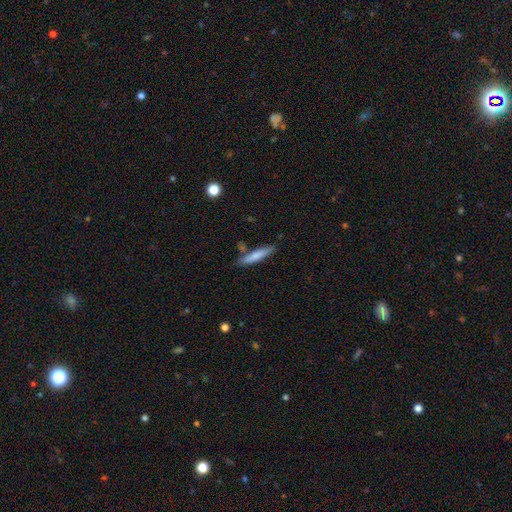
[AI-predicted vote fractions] Overall: smooth (70%). How rounded: cigar-shaped (88%). Merging: none (76%).